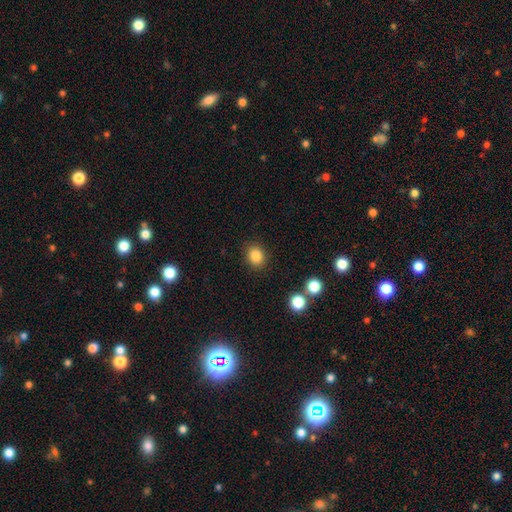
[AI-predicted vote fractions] smooth_or_featured: smooth (p=0.85) [alt: star or artifact p=0.10]
how_rounded: round (p=0.61) [alt: in between p=0.38]
merging: none (p=0.87) [alt: minor disturbance p=0.08]